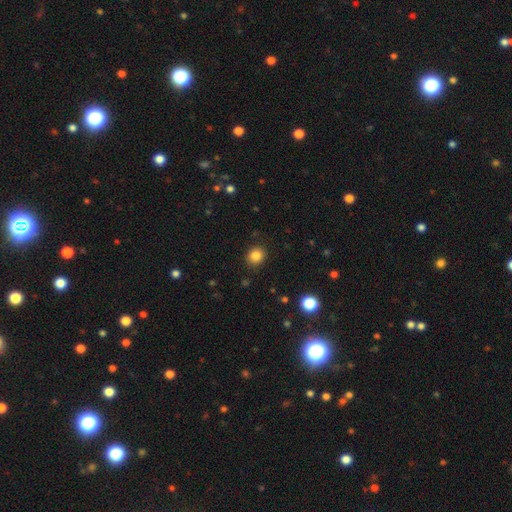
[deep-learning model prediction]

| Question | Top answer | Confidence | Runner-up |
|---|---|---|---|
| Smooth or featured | smooth | 85% | star or artifact (11%) |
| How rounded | round | 74% | in between (25%) |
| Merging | none | 89% | minor disturbance (7%) |